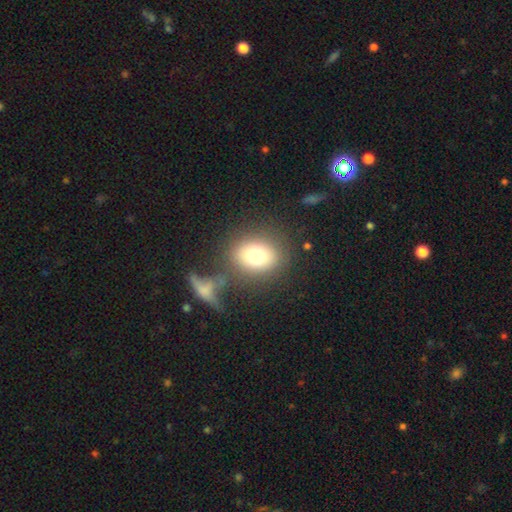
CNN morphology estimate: A smooth galaxy with no disk features (76%) that is round (52%).

Vote fractions:
- Smooth or featured? smooth: 76% / featured or disk: 14% / star or artifact: 10%
- How rounded? round: 52% / in between: 46% / cigar-shaped: 2%
- Merging? none: 72% / minor disturbance: 12% / merger: 9% / major disturbance: 7%